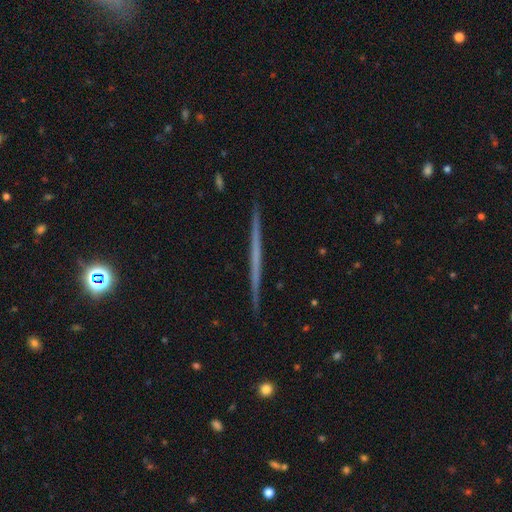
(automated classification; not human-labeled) Q: Smooth or featured?
A: featured or disk (60%); runner-up: smooth (32%)
Q: Edge-on disk?
A: yes (98%); runner-up: no (2%)
Q: Edge-on bulge?
A: none (89%); runner-up: rounded (8%)
Q: Merging?
A: none (92%); runner-up: minor disturbance (5%)